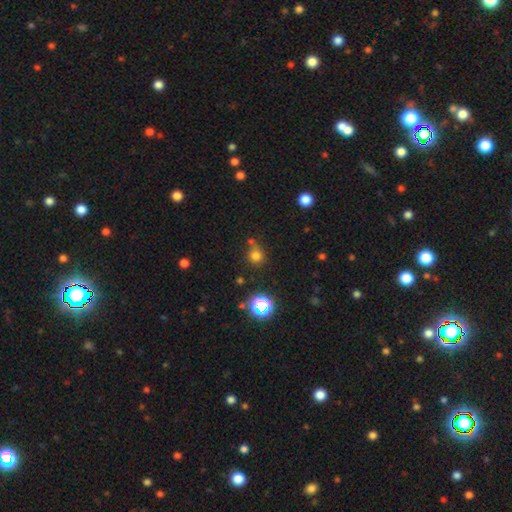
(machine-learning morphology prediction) A smooth galaxy with no disk features (71%) that is round (87%). Merging: none (62%).